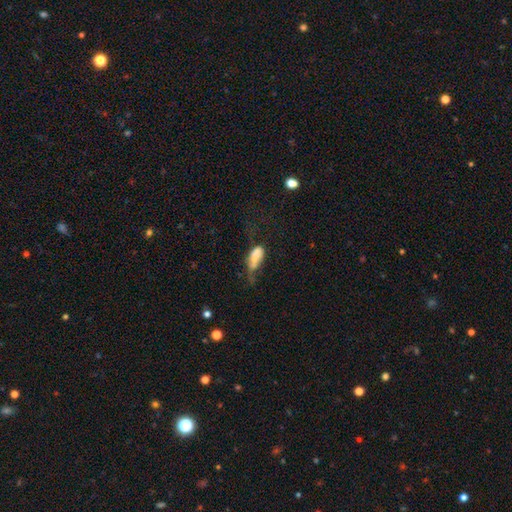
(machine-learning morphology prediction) smooth-or-featured: smooth: 63% | featured or disk: 25% | star or artifact: 11%
  how-rounded: in between: 81% | cigar-shaped: 14% | round: 4%
  merging: major disturbance: 47% | minor disturbance: 23% | none: 16% | merger: 15%